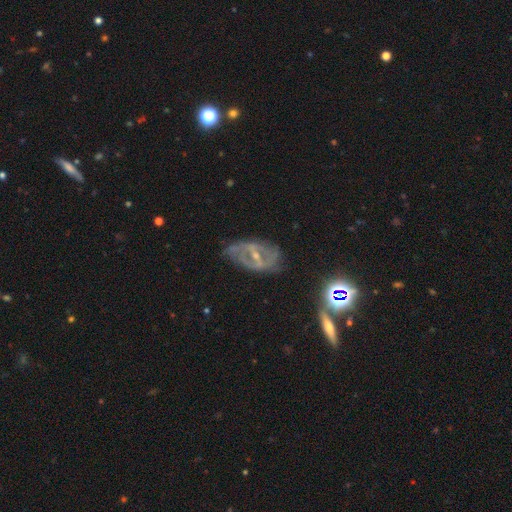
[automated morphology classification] This appears to be a featured or disk galaxy (74%) with a weak bar (41%), spiral arms (64%) and a small central bulge (64%). Merging: none (59%).